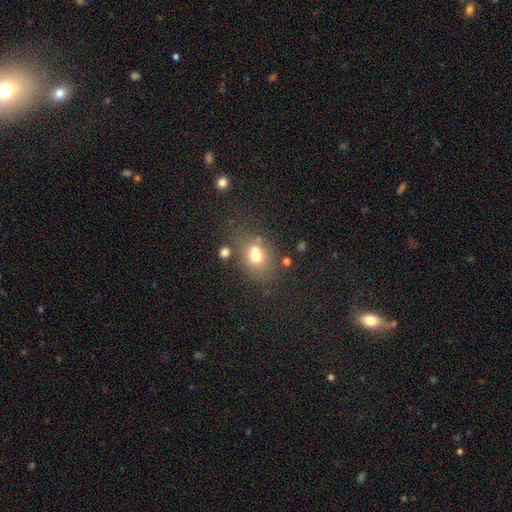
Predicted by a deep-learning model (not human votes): A smooth galaxy with no disk features (68%) that is in between round and cigar-shaped (63%). Merging: none (49%).